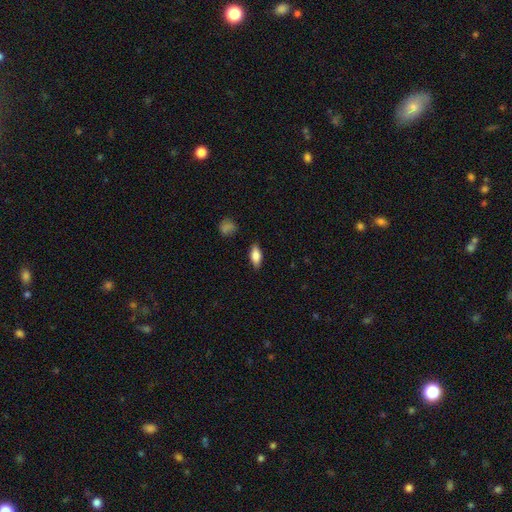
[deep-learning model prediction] Smooth or featured? smooth (79%)
How rounded? in between (84%)
Merging? none (84%)